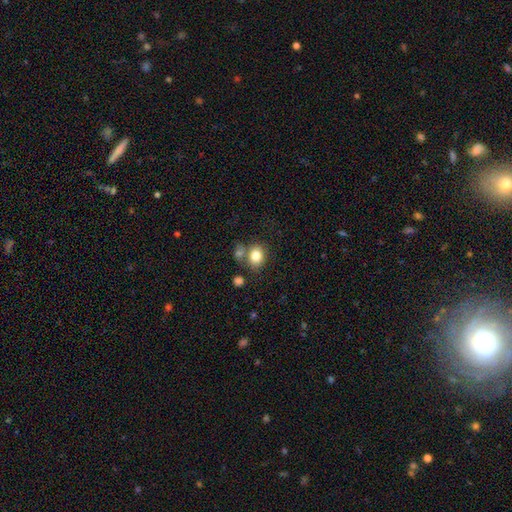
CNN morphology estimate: Smooth or featured? Predicted: smooth (p=0.81). How rounded? Predicted: round (p=0.58). Merging? Predicted: none (p=0.61).